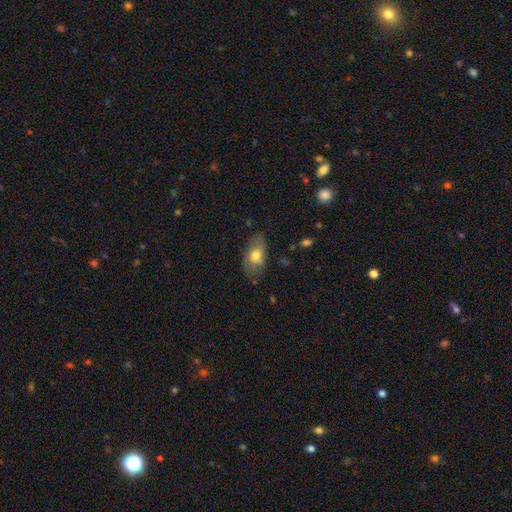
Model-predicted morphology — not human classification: Smooth or featured? Predicted: smooth (p=0.66). How rounded? Predicted: in between (p=0.89). Merging? Predicted: none (p=0.67).